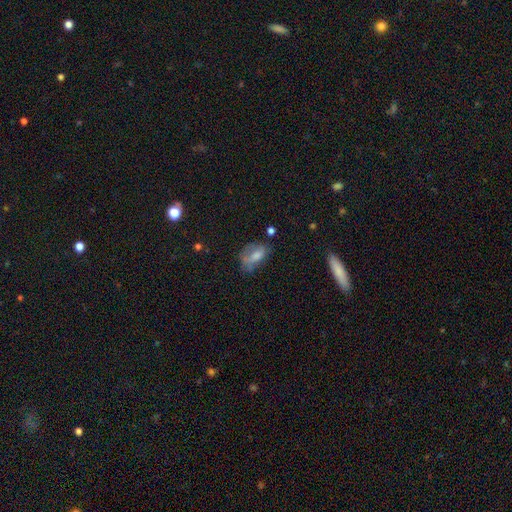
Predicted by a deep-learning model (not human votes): Smooth or featured?
  - smooth: 66% *
  - featured or disk: 24%
  - star or artifact: 10%
How rounded?
  - in between: 87% *
  - round: 8%
  - cigar-shaped: 5%
Merging?
  - none: 40% *
  - minor disturbance: 32%
  - major disturbance: 24%
  - merger: 4%